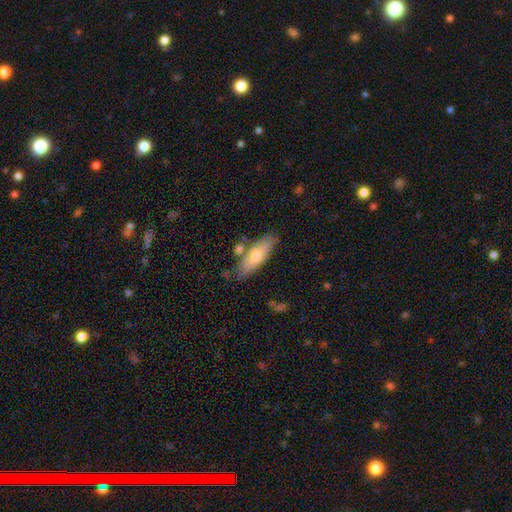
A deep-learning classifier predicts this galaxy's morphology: smooth 68%, featured or disk 26%, star or artifact 6%. Down the decision tree: how rounded — in between (57%); merging — none (70%).